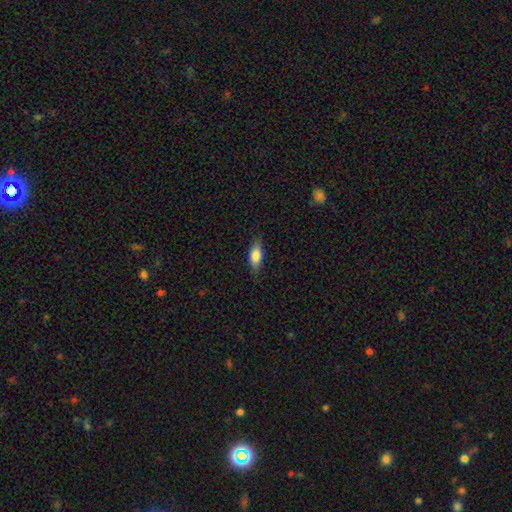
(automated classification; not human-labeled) A smooth galaxy with no disk features (79%) that is in between round and cigar-shaped (72%). Merging: none (82%).